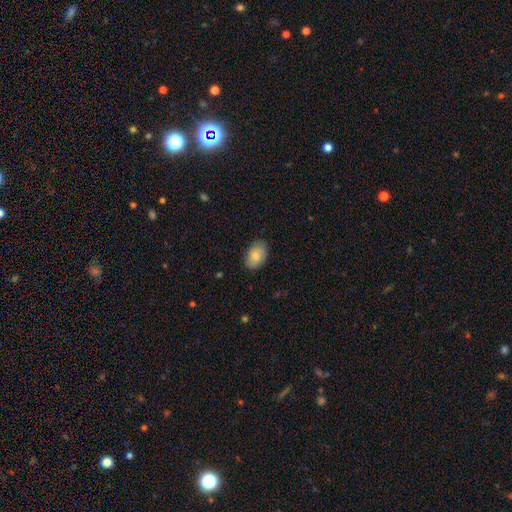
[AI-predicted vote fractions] Overall: smooth (80%). How rounded: in between (86%). Merging: none (83%).